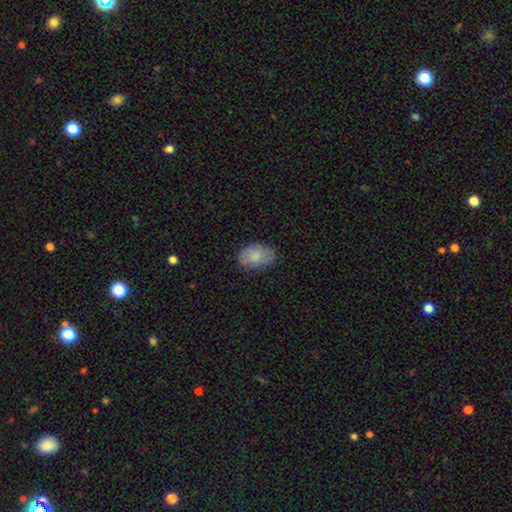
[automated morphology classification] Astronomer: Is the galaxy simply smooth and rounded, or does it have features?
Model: smooth — 79%.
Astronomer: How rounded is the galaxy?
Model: in between — 88%.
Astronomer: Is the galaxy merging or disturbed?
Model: none — 73%.